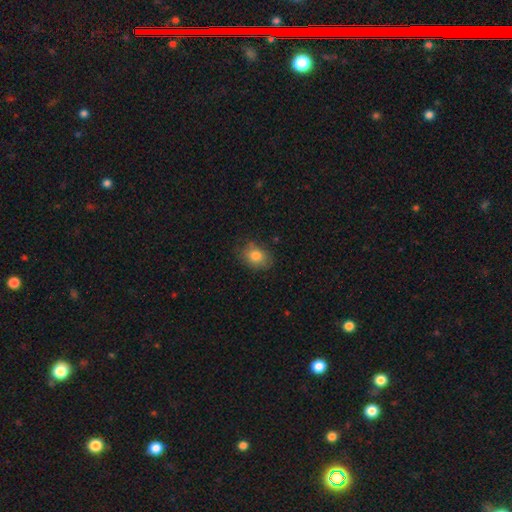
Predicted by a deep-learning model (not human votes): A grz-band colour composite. It shows a smooth galaxy with no disk features (81%) that is in between round and cigar-shaped (67%). Merging: none (75%).